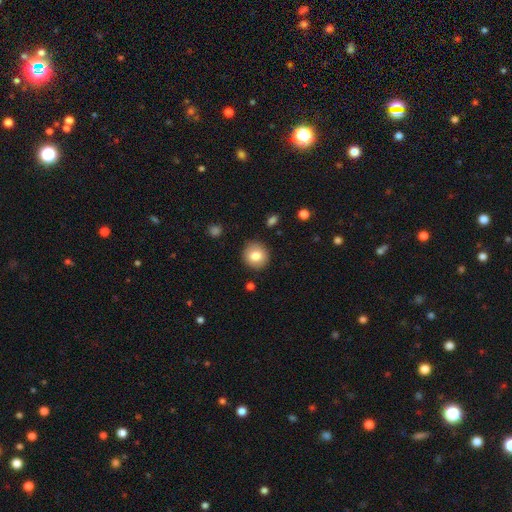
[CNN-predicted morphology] This appears to be a smooth galaxy with no disk features (82%) that is round (86%). Merging: none (88%).